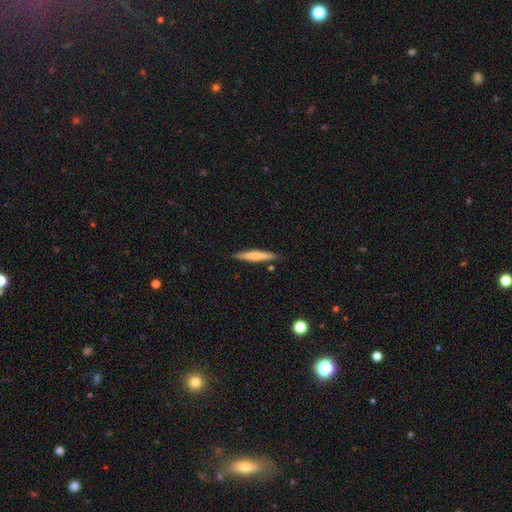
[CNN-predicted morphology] This is likely a smooth galaxy (61%). How rounded: clearly cigar-shaped (93%). Merging: clearly none (86%).